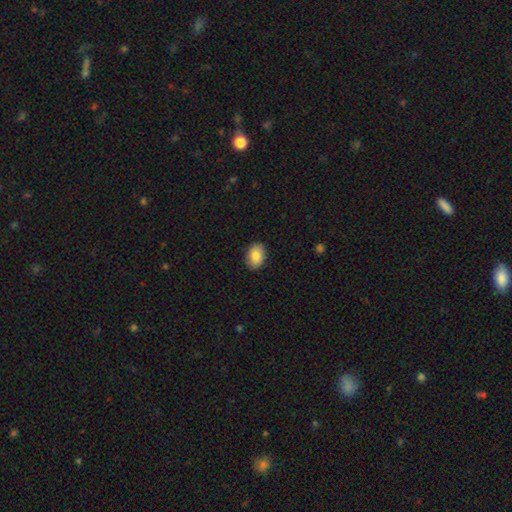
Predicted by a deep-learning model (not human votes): Smooth or featured: smooth — 86% (star or artifact — 7%)
How rounded: in between — 77% (round — 22%)
Merging: none — 90% (minor disturbance — 7%)